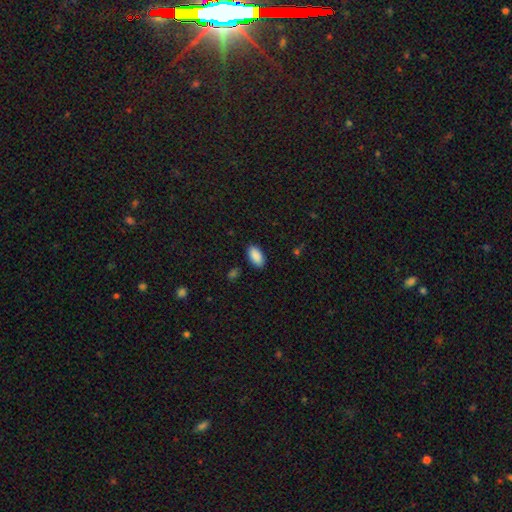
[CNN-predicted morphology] smooth_or_featured: smooth (p=0.90) [alt: star or artifact p=0.07]
how_rounded: in between (p=0.94) [alt: cigar-shaped p=0.03]
merging: none (p=0.88) [alt: minor disturbance p=0.09]